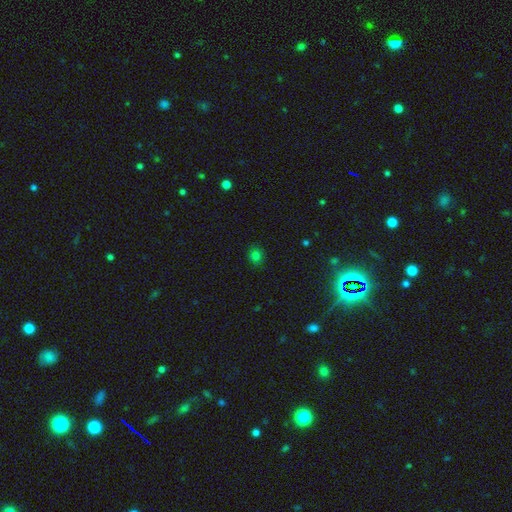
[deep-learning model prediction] Q: Smooth or featured?
A: smooth (77%); runner-up: star or artifact (18%)
Q: How rounded?
A: round (74%); runner-up: in between (25%)
Q: Merging?
A: none (87%); runner-up: minor disturbance (9%)